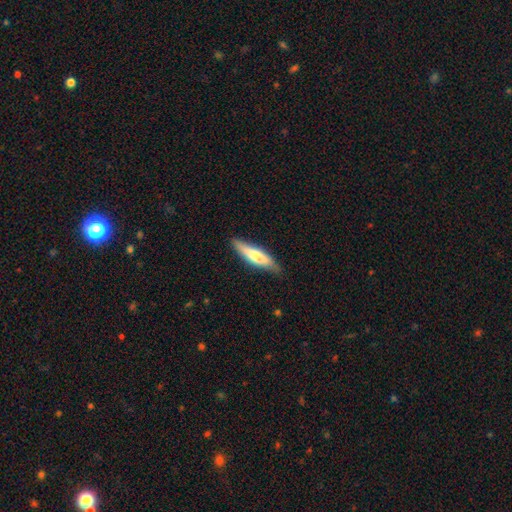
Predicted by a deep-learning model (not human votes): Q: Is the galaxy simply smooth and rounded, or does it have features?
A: smooth — 63%.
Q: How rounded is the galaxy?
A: cigar-shaped — 71%.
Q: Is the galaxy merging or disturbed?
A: none — 80%.